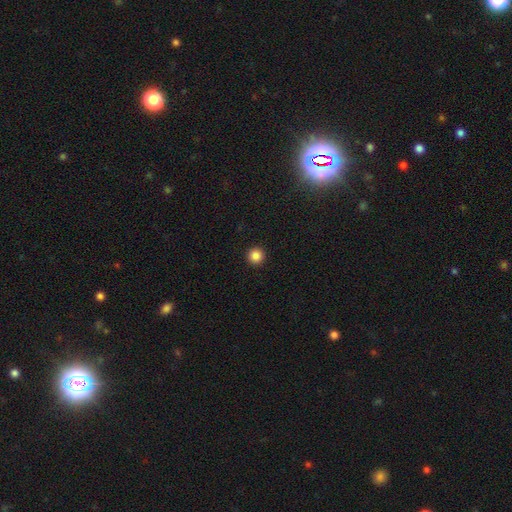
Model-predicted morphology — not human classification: Overall: smooth (86%). How rounded: round (96%). Merging: none (94%).